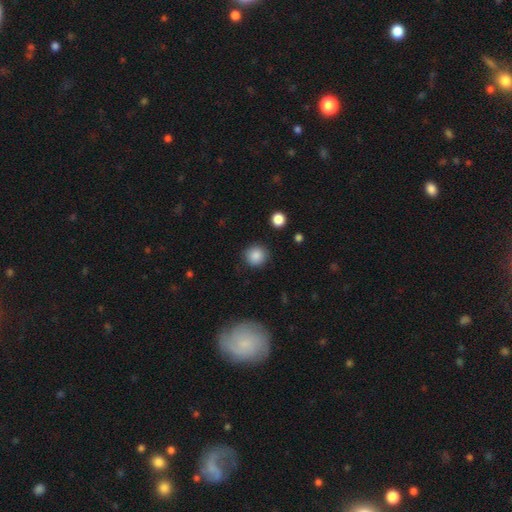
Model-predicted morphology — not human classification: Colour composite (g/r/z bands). It shows a smooth galaxy with no disk features (87%) that is round (92%). Merging: none (89%).